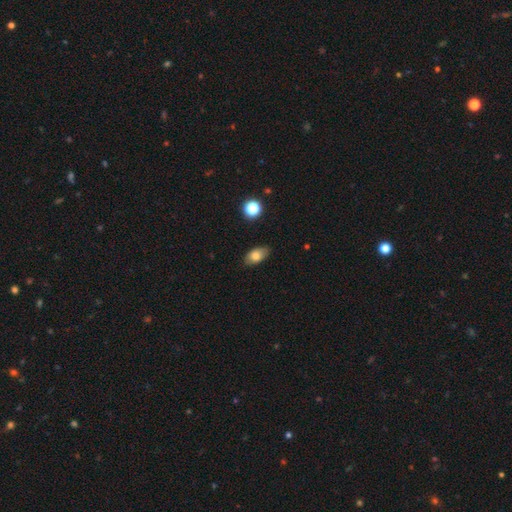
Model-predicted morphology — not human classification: A smooth galaxy with no disk features (77%) that is in between round and cigar-shaped (89%). Merging: none (79%).